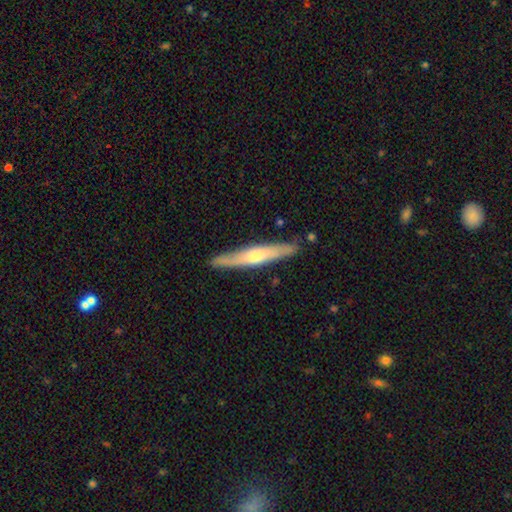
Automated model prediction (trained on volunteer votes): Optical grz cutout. It shows a featured or disk galaxy (60%) viewed edge-on (92%) with a rounded central bulge (77%). Merging: none (86%).